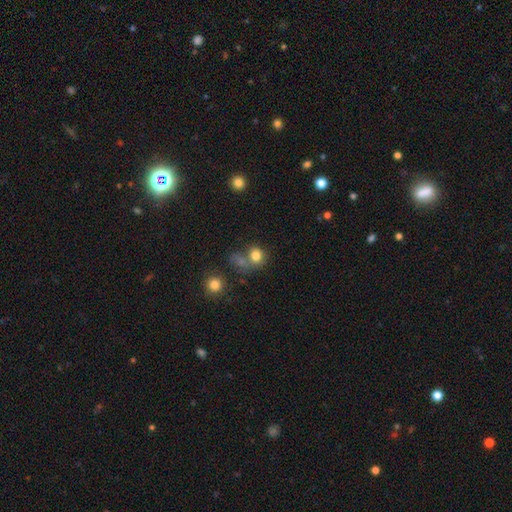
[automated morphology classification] Smooth or featured? smooth (80%)
How rounded? round (71%)
Merging? none (51%)